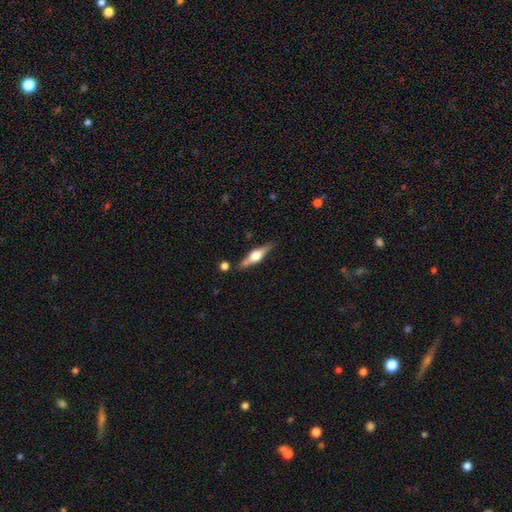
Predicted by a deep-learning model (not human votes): Overall: featured or disk (64%; smooth 30%). Edge-on disk: yes (96%). Edge-on bulge: rounded (92%). Merging: none (80%).